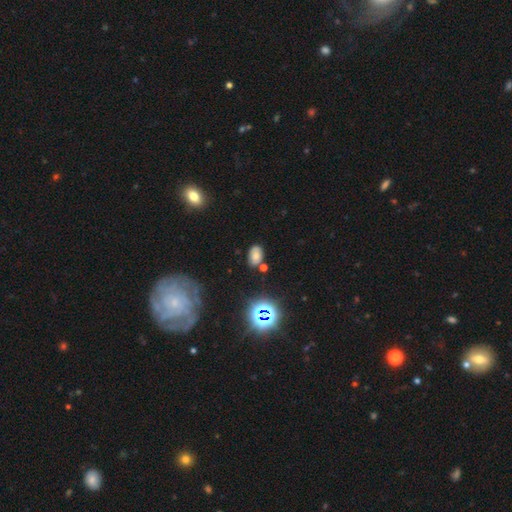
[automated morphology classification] A smooth galaxy with no disk features (64%) that is in between round and cigar-shaped (86%). Merging: none (72%).